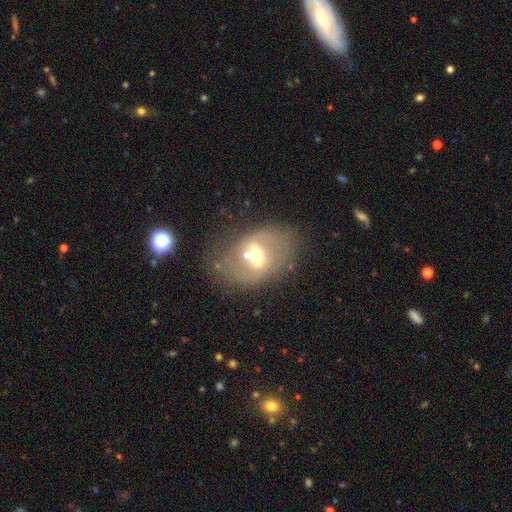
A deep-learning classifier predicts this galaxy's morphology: featured or disk 62%, smooth 28%, star or artifact 10%. Down the decision tree: edge-on disk — no (92%); bar — weak (41%); spiral arms — no (66%); bulge size — moderate (67%); merging — none (56%).